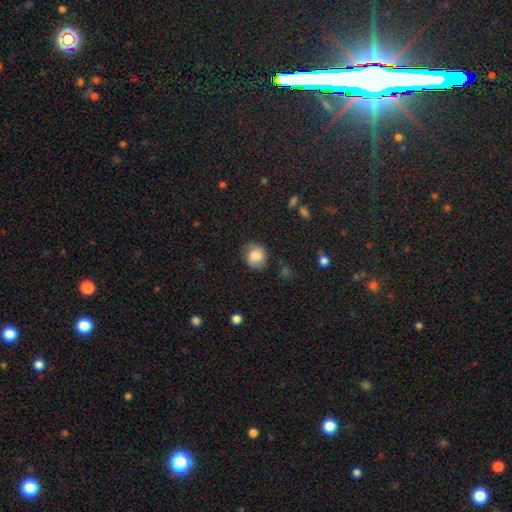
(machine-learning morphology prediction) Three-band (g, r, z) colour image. It shows a smooth galaxy with no disk features (78%) that is round (78%). Merging: none (70%).